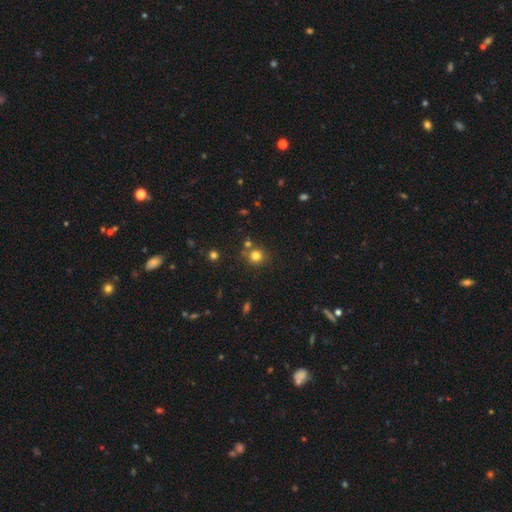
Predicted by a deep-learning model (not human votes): Smooth or featured: smooth — 78% (star or artifact — 15%)
How rounded: round — 89% (in between — 10%)
Merging: none — 75% (merger — 12%)